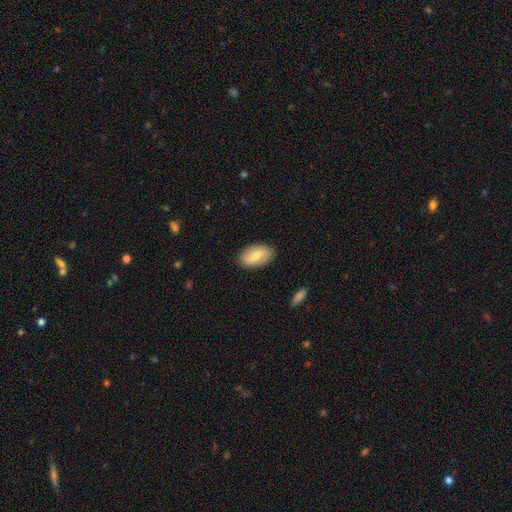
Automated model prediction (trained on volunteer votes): Q: Smooth or featured?
A: smooth (64%); runner-up: featured or disk (30%)
Q: How rounded?
A: in between (93%); runner-up: round (5%)
Q: Merging?
A: none (87%); runner-up: minor disturbance (10%)